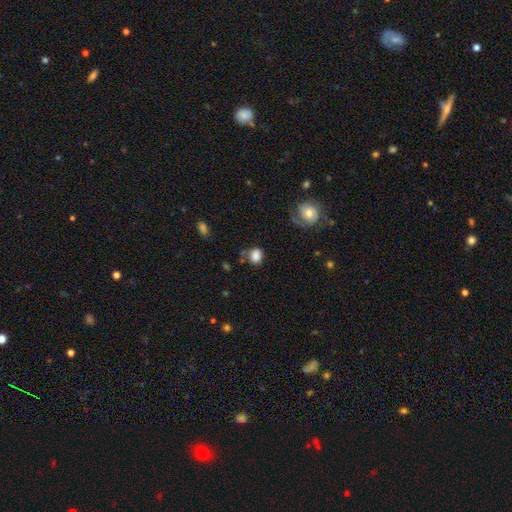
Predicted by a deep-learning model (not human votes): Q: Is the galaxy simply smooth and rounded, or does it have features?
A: smooth — 83%.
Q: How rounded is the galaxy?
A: round — 57%.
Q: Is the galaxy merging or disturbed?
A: none — 62%.